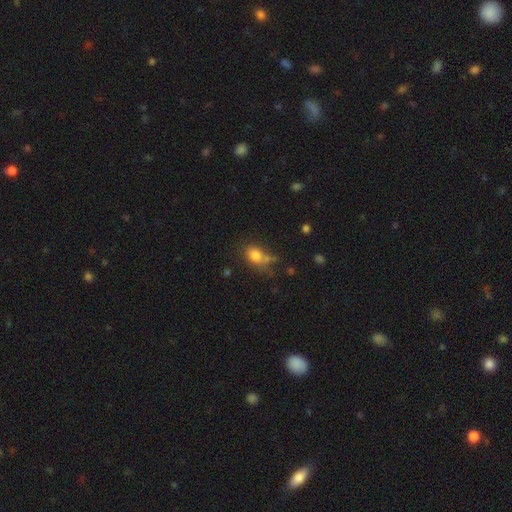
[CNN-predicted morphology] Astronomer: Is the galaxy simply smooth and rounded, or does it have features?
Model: smooth — 80%.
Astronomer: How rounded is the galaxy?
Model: in between — 67%.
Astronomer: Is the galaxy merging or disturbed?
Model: none — 56%.